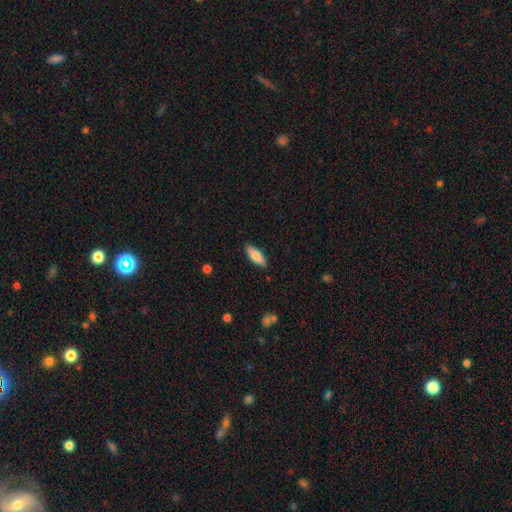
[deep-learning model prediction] A smooth galaxy with no disk features (77%) that is in between round and cigar-shaped (60%). Merging: none (88%).